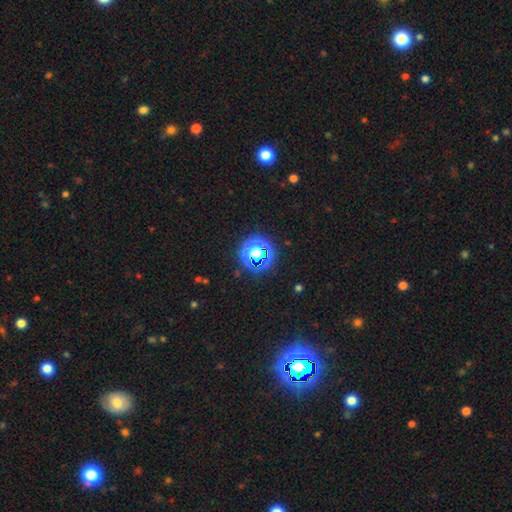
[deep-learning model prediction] smooth-or-featured: star or artifact: 71% | smooth: 22% | featured or disk: 7%